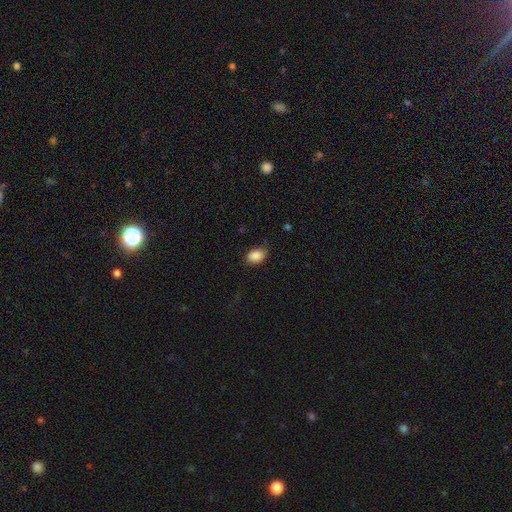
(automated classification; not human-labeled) Smooth or featured?
  - smooth: 88% *
  - star or artifact: 8%
  - featured or disk: 4%
How rounded?
  - in between: 80% *
  - round: 19%
  - cigar-shaped: 1%
Merging?
  - none: 75% *
  - minor disturbance: 20%
  - major disturbance: 4%
  - merger: 1%